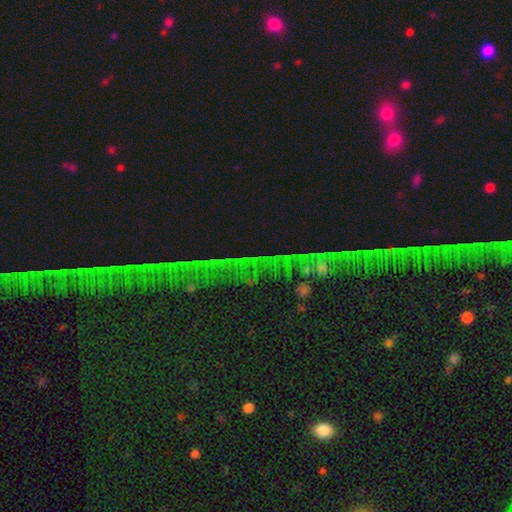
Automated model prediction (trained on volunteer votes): Smooth or featured: star or artifact — 80% (featured or disk — 11%)